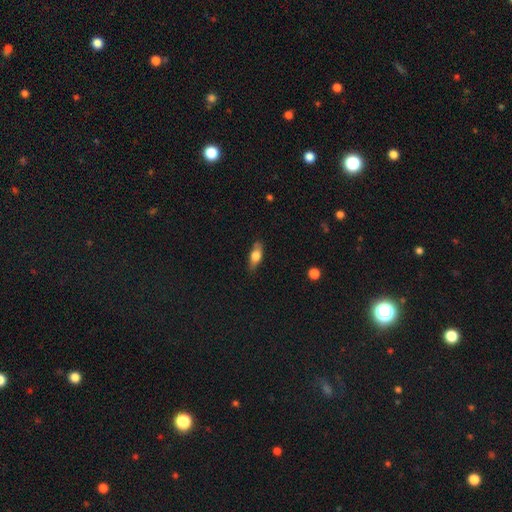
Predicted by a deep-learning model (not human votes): smooth-or-featured: smooth: 68% | featured or disk: 24% | star or artifact: 7%
  how-rounded: in between: 72% | cigar-shaped: 23% | round: 5%
  merging: none: 76% | minor disturbance: 19% | major disturbance: 4% | merger: 2%